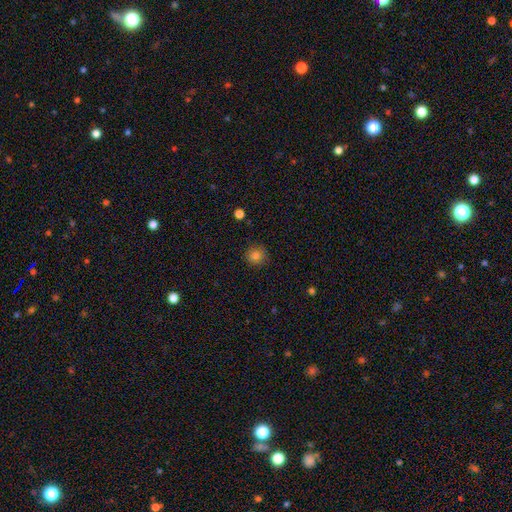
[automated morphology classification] A smooth galaxy with no disk features (82%) that is round (88%). Merging: none (84%).